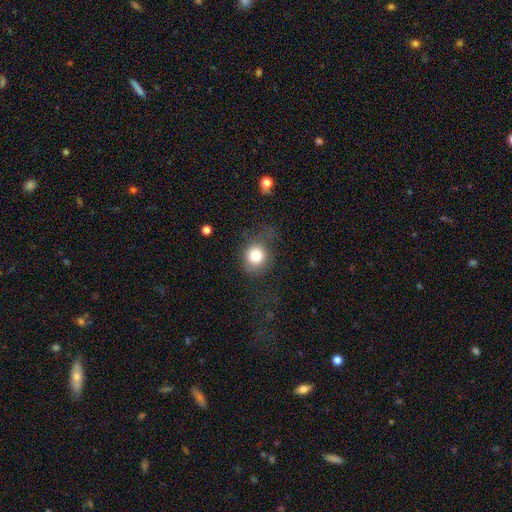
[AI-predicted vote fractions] A smooth galaxy with no disk features (83%) that is round (79%). Merging: none (58%).